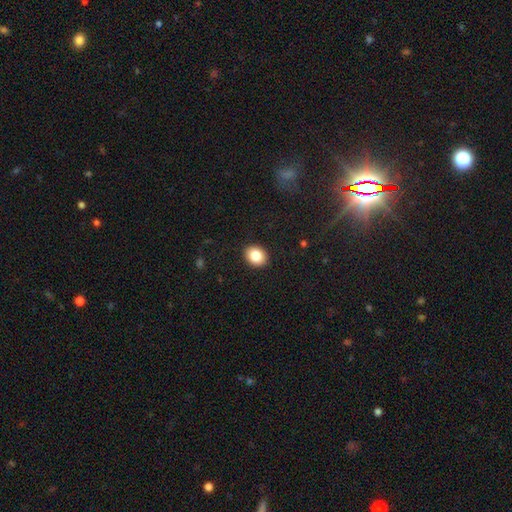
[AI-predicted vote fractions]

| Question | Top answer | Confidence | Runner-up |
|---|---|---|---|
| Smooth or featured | smooth | 85% | star or artifact (9%) |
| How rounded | in between | 55% | round (44%) |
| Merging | none | 91% | minor disturbance (6%) |